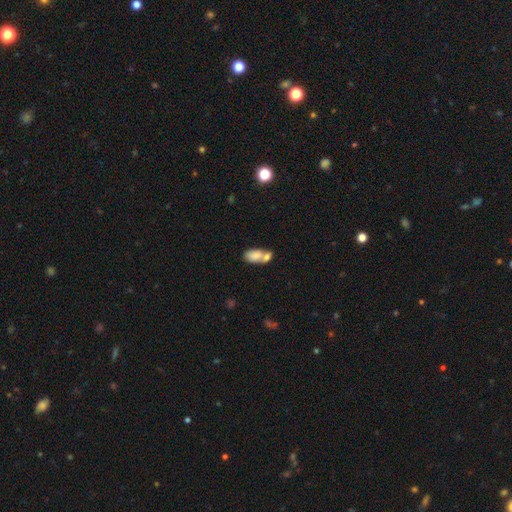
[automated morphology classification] smooth 76%, featured or disk 16%, star or artifact 8%. Down the decision tree: how rounded — in between (91%); merging — merger (58%).